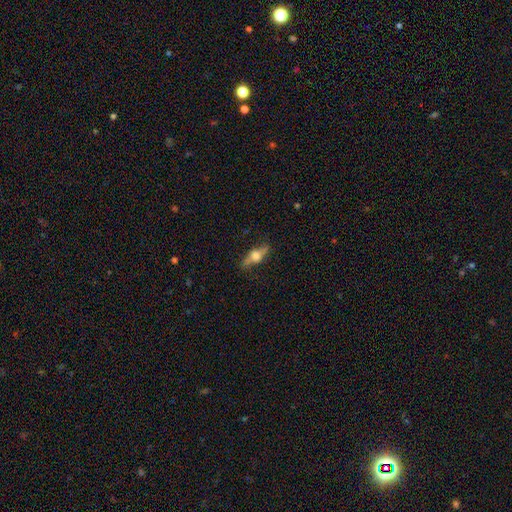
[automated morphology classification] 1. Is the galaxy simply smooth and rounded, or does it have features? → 62% featured or disk, 30% smooth, 7% star or artifact.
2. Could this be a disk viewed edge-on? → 89% yes, 11% no.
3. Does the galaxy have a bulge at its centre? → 94% rounded, 5% boxy, 2% none.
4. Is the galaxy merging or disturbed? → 81% none, 14% minor disturbance, 4% major disturbance, 1% merger.